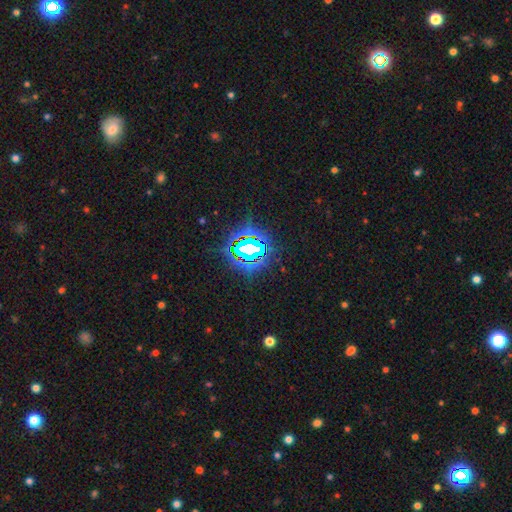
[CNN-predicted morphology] The model was most divided on "smooth or featured": star or artifact: 76%, smooth: 13%, featured or disk: 11%.